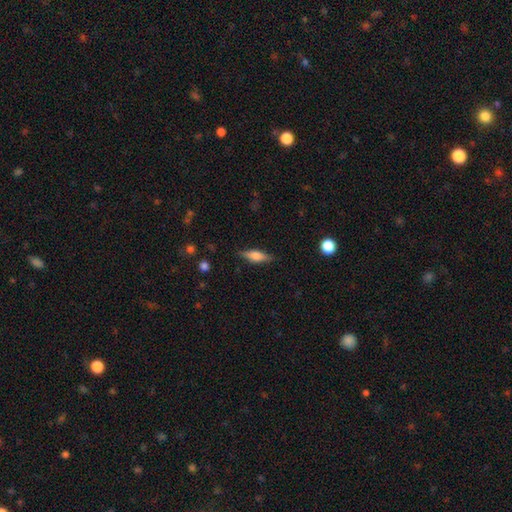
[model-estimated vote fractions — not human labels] A featured or disk galaxy (48%). Merging: none (86%).